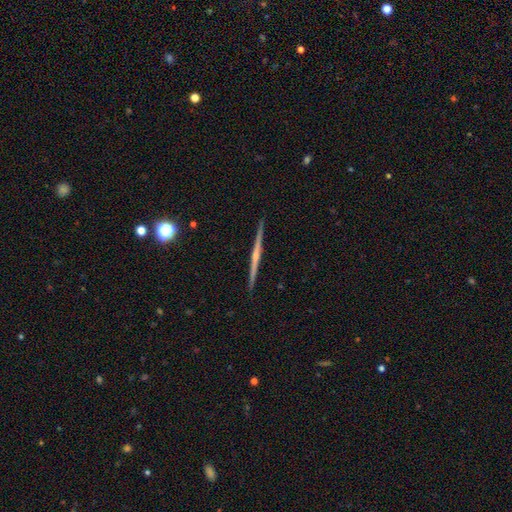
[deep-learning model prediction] Q: Smooth or featured?
A: featured or disk (80%); runner-up: smooth (14%)
Q: Edge-on disk?
A: yes (99%); runner-up: no (1%)
Q: Edge-on bulge?
A: rounded (71%); runner-up: none (22%)
Q: Merging?
A: none (93%); runner-up: minor disturbance (5%)